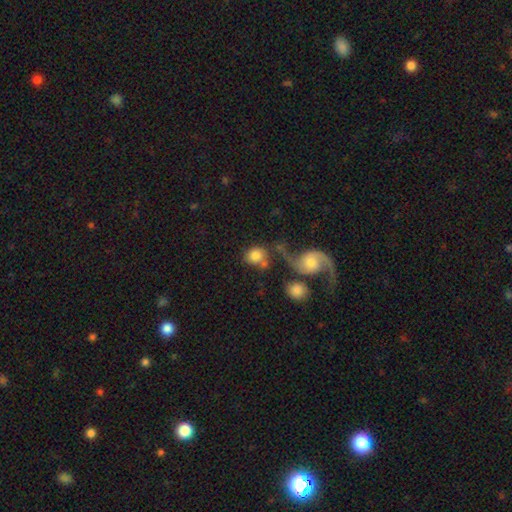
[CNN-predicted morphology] Overall: smooth (73%). How rounded: round (73%). Merging: none (44%; merger 30%).